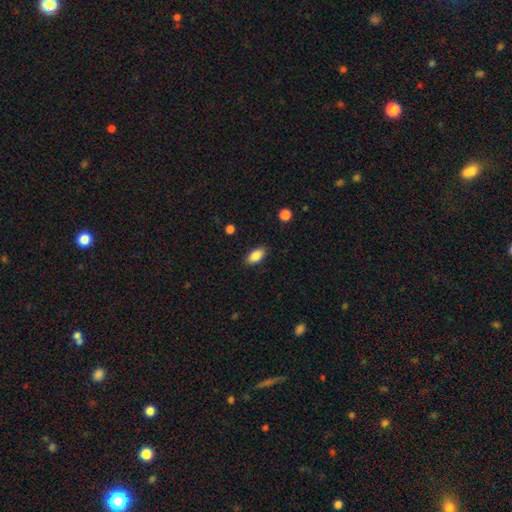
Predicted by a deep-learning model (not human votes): Smooth or featured? Predicted: smooth (p=0.87). How rounded? Predicted: in between (p=0.90). Merging? Predicted: none (p=0.87).